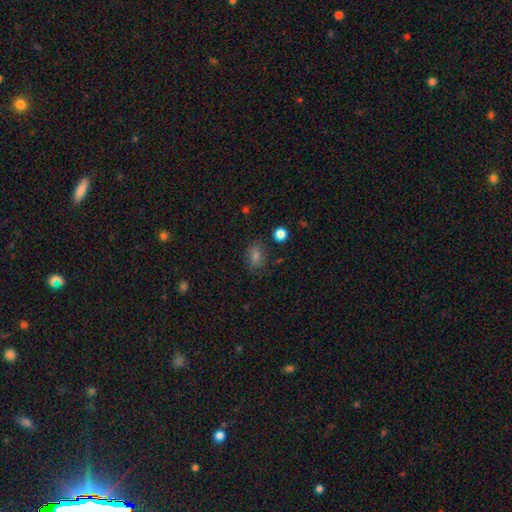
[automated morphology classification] Smooth or featured? smooth (69%)
How rounded? in between (63%)
Merging? none (80%)